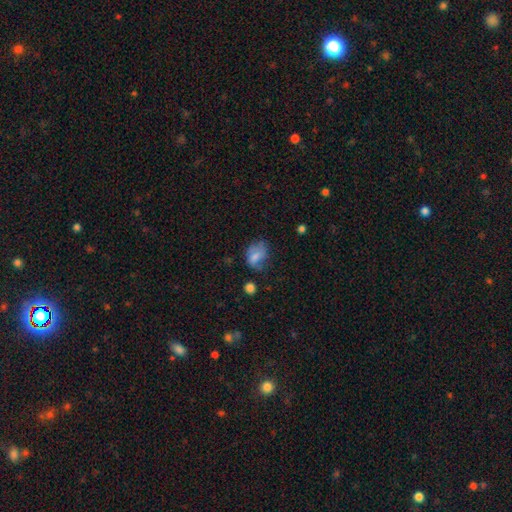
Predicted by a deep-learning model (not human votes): This is likely a smooth galaxy (68%). How rounded: likely in between (66%). Merging: marginally none (40%).